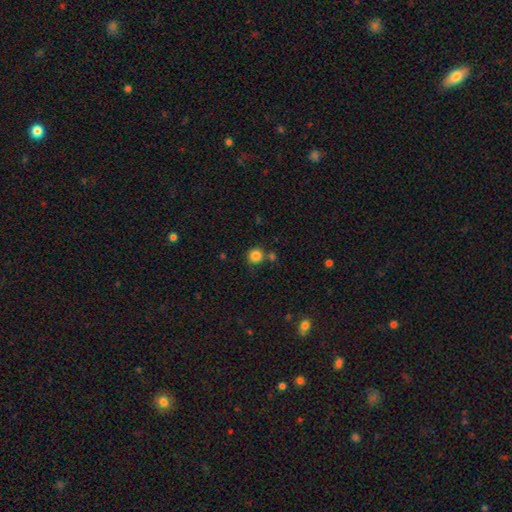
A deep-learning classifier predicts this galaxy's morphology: This is clearly a smooth galaxy (85%). How rounded: clearly round (93%). Merging: likely none (75%).